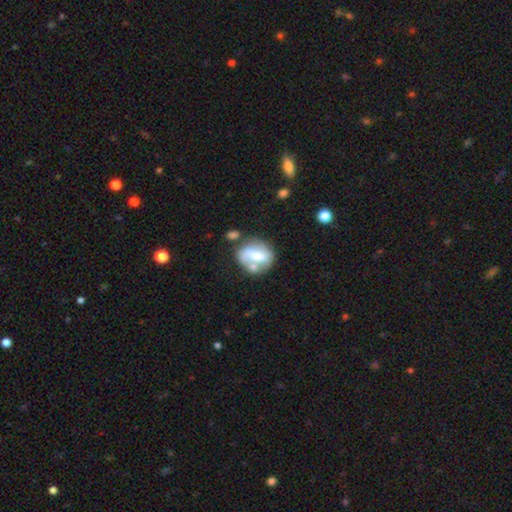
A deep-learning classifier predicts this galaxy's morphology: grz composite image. It shows a featured or disk galaxy (51%). Merging: none (41%).